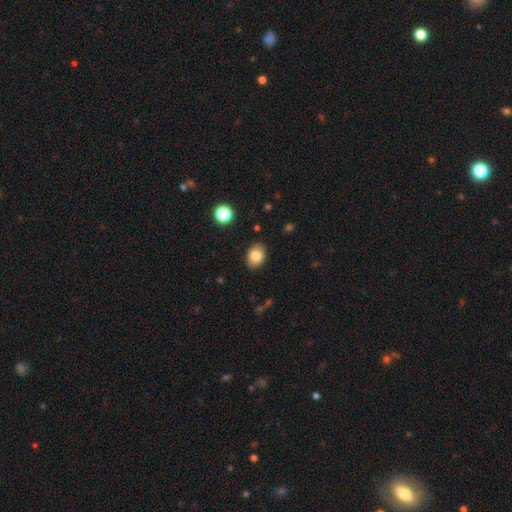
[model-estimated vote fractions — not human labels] smooth_or_featured: smooth (p=0.82) [alt: featured or disk p=0.09]
how_rounded: in between (p=0.71) [alt: round p=0.28]
merging: none (p=0.87) [alt: minor disturbance p=0.09]